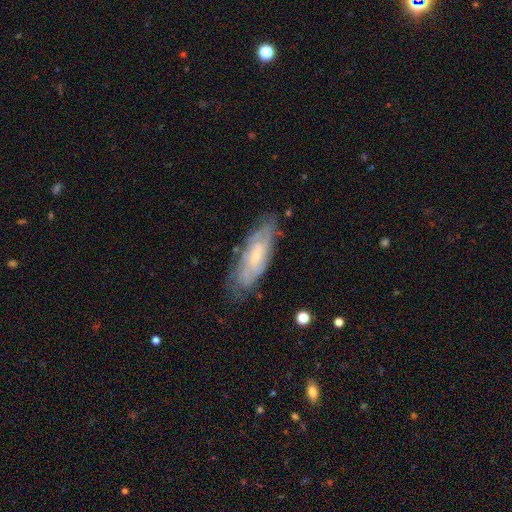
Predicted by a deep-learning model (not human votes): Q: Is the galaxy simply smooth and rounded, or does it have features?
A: featured or disk — 67%.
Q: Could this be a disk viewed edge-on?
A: no — 81%.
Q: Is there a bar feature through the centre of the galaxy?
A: no — 69%.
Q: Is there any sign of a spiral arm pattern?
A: yes — 82%.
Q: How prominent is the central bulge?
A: small — 71%.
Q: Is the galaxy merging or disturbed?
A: none — 74%.